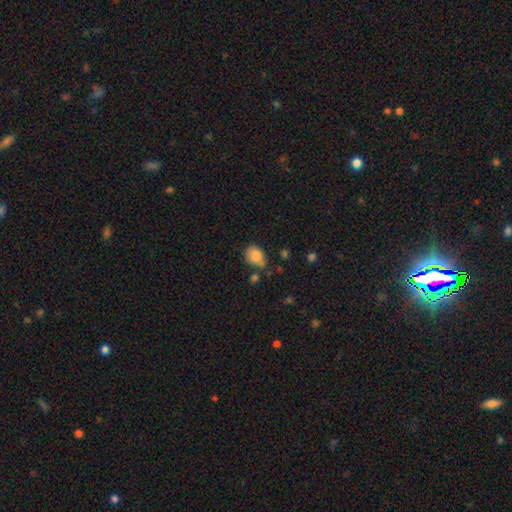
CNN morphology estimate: Q: Smooth or featured?
A: smooth (83%); runner-up: star or artifact (9%)
Q: How rounded?
A: in between (52%); runner-up: round (47%)
Q: Merging?
A: none (56%); runner-up: minor disturbance (26%)